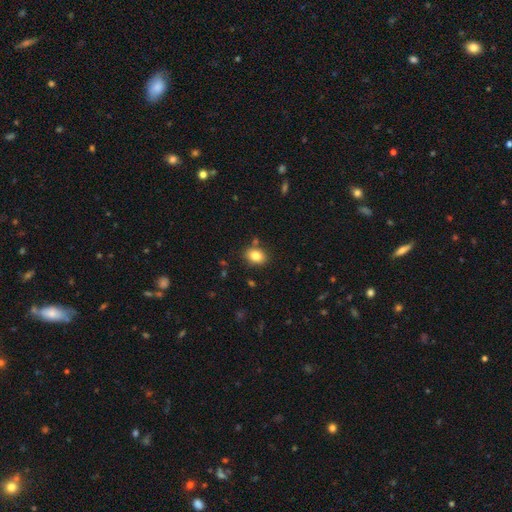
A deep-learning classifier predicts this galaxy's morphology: smooth-or-featured: smooth: 83% | star or artifact: 9% | featured or disk: 7%
  how-rounded: in between: 66% | round: 33% | cigar-shaped: 1%
  merging: none: 82% | minor disturbance: 10% | merger: 5% | major disturbance: 3%